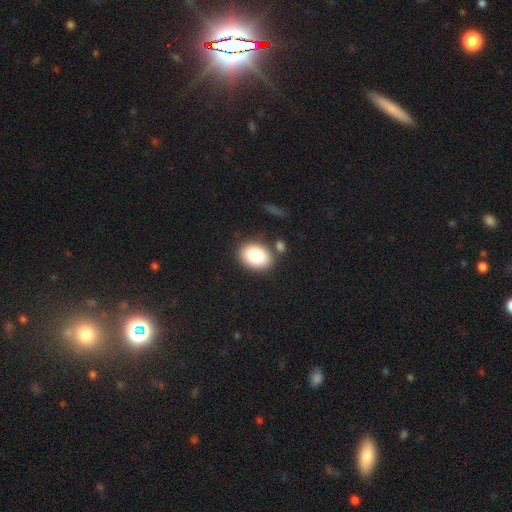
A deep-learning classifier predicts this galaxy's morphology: Q: Smooth or featured?
A: smooth (86%); runner-up: star or artifact (7%)
Q: How rounded?
A: in between (80%); runner-up: round (19%)
Q: Merging?
A: none (79%); runner-up: minor disturbance (10%)